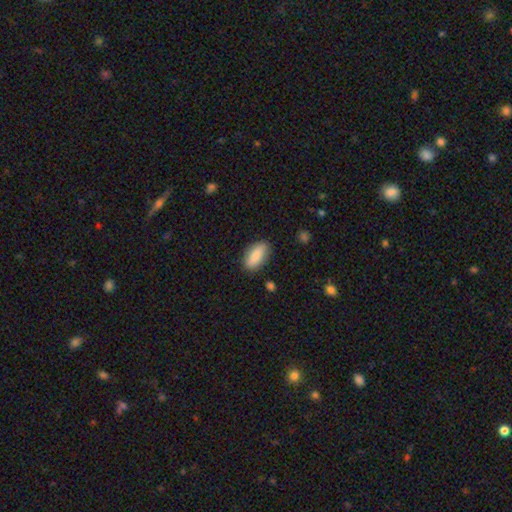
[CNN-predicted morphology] Q: Smooth or featured?
A: smooth (83%); runner-up: featured or disk (10%)
Q: How rounded?
A: in between (87%); runner-up: cigar-shaped (10%)
Q: Merging?
A: none (85%); runner-up: minor disturbance (11%)